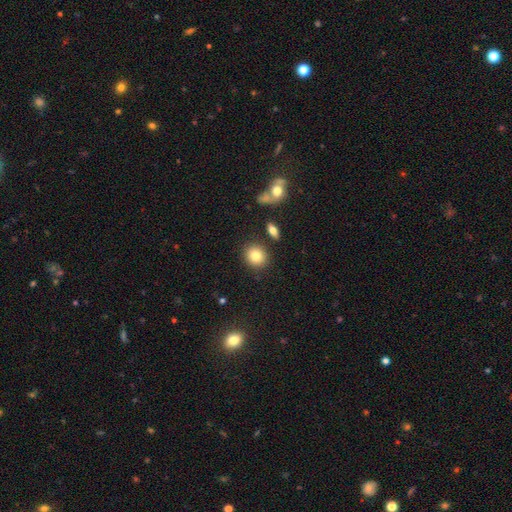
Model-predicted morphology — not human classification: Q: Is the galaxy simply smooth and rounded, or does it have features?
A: smooth — 82%.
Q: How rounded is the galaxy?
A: round — 77%.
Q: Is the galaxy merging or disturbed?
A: none — 86%.